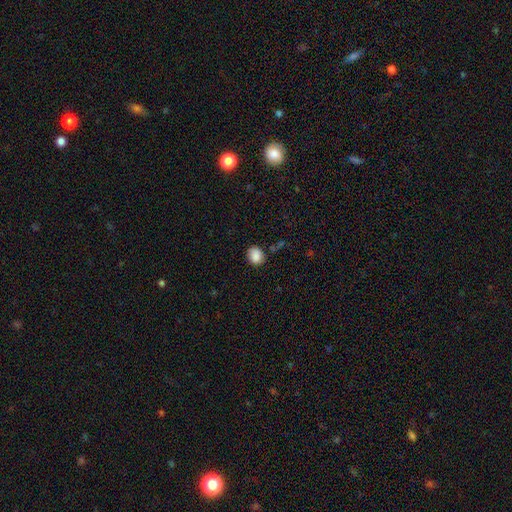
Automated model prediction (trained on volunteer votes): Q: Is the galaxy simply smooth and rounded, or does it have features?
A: smooth — 87%.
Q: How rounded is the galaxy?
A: round — 66%.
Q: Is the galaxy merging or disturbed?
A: none — 79%.